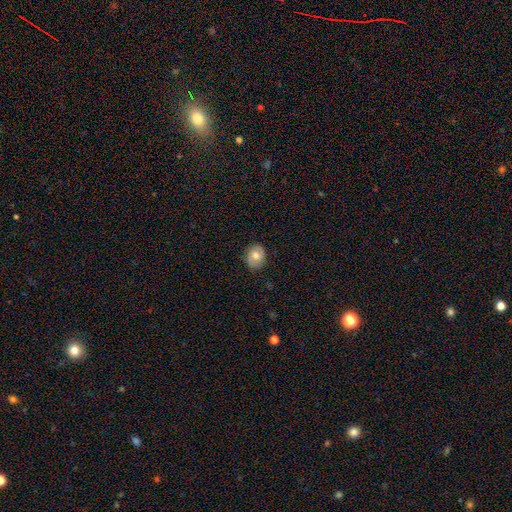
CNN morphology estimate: smooth_or_featured: smooth (p=0.60) [alt: featured or disk p=0.33]
how_rounded: round (p=0.60) [alt: in between p=0.39]
merging: none (p=0.82) [alt: minor disturbance p=0.14]